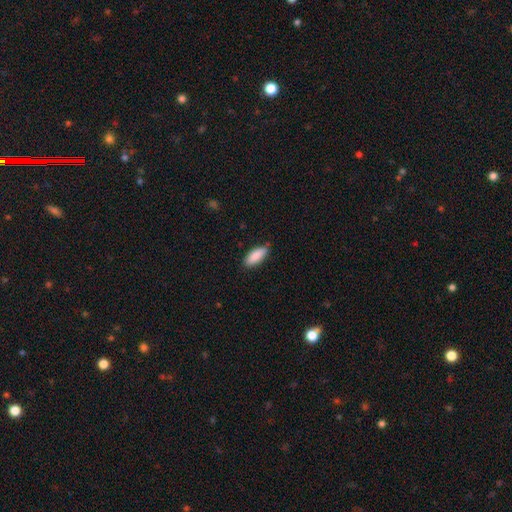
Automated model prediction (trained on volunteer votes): This is clearly a smooth galaxy (89%). How rounded: clearly in between (81%). Merging: clearly none (81%).